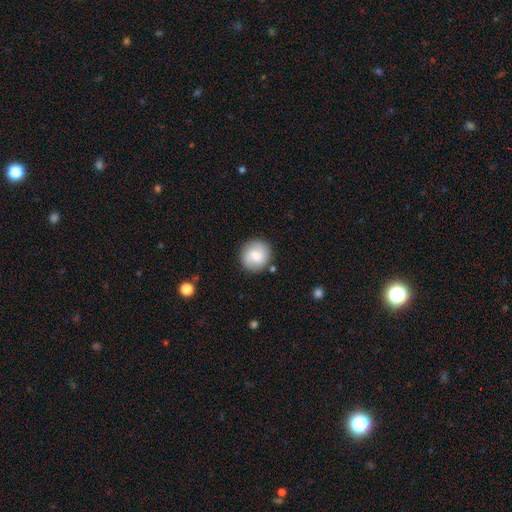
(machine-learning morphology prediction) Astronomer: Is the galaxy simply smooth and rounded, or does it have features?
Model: smooth — 65%.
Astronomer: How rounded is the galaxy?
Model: round — 92%.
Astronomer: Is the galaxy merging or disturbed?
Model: none — 85%.